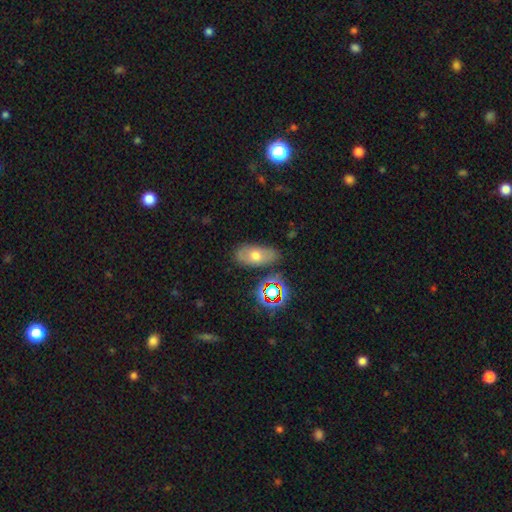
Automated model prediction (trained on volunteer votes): Smooth or featured?
  - smooth: 54% *
  - featured or disk: 28%
  - star or artifact: 17%
How rounded?
  - in between: 87% *
  - round: 9%
  - cigar-shaped: 4%
Merging?
  - none: 73% *
  - minor disturbance: 18%
  - major disturbance: 6%
  - merger: 4%